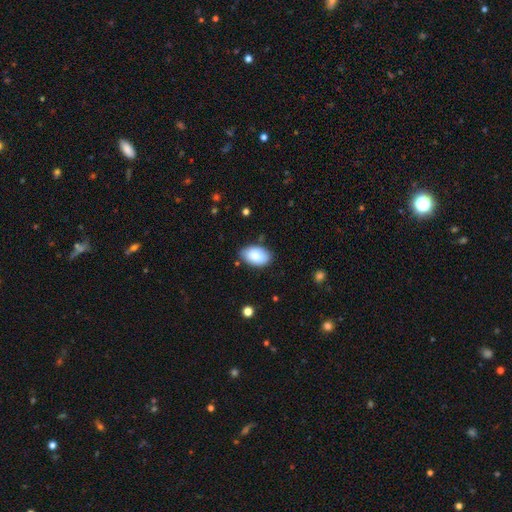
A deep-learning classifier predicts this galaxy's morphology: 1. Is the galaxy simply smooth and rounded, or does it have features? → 88% smooth, 6% star or artifact, 6% featured or disk.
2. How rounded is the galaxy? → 93% in between, 6% round, 1% cigar-shaped.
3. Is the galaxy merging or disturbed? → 79% none, 16% minor disturbance, 3% major disturbance, 2% merger.